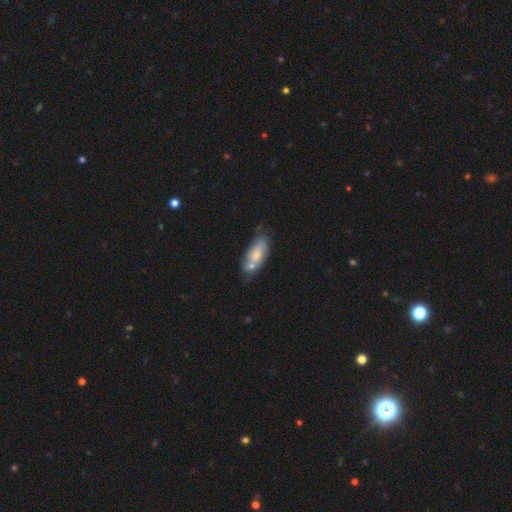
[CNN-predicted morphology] Overall: featured or disk (48%; smooth 45%). Merging: none (44%; merger 25%).